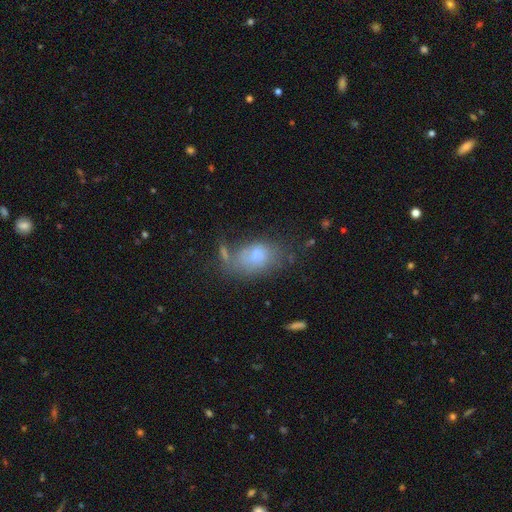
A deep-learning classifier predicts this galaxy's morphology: Smooth or featured?
  - smooth: 72% *
  - featured or disk: 18%
  - star or artifact: 10%
How rounded?
  - in between: 88% *
  - round: 10%
  - cigar-shaped: 2%
Merging?
  - none: 39% *
  - minor disturbance: 25%
  - major disturbance: 20%
  - merger: 16%